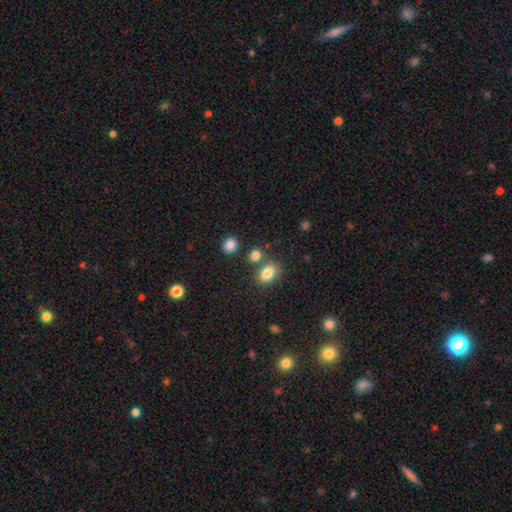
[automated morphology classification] smooth_or_featured: smooth (p=0.82) [alt: star or artifact p=0.12]
how_rounded: in between (p=0.55) [alt: round p=0.43]
merging: none (p=0.65) [alt: merger p=0.20]